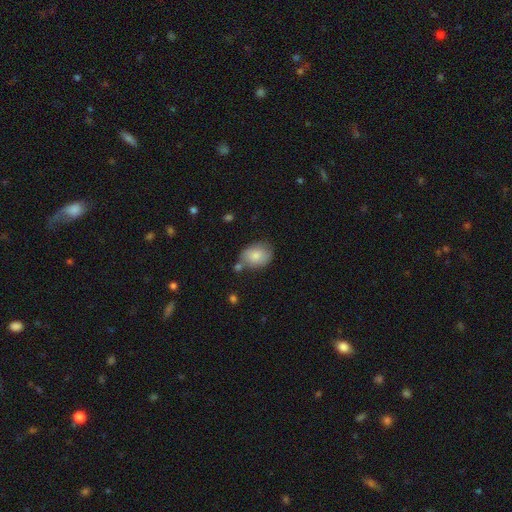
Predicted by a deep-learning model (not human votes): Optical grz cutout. It shows a smooth galaxy with no disk features (79%) that is in between round and cigar-shaped (66%). Merging: none (60%).